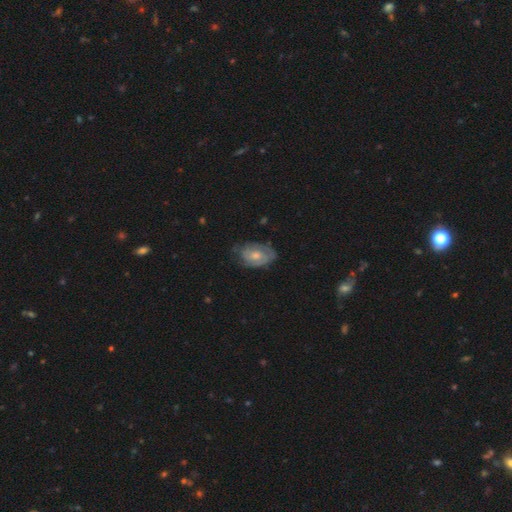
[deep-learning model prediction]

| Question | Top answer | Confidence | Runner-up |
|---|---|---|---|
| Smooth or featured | featured or disk | 59% | smooth (35%) |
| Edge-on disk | no | 95% | yes (5%) |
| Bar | no | 69% | weak (27%) |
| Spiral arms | yes | 71% | no (29%) |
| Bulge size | moderate | 59% | small (31%) |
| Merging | none | 59% | minor disturbance (30%) |